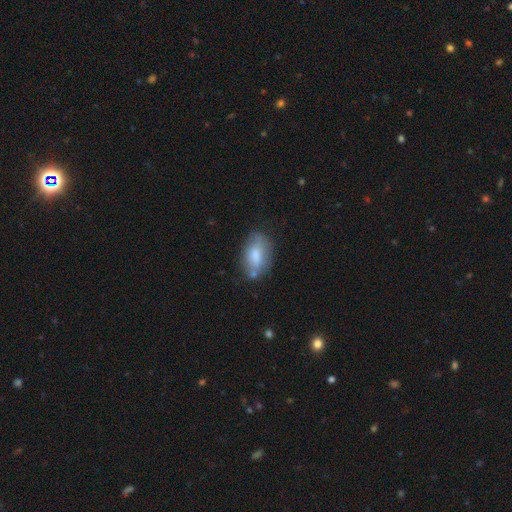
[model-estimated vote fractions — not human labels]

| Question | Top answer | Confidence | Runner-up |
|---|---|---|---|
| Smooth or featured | smooth | 73% | featured or disk (20%) |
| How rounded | in between | 91% | round (6%) |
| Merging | none | 63% | minor disturbance (24%) |